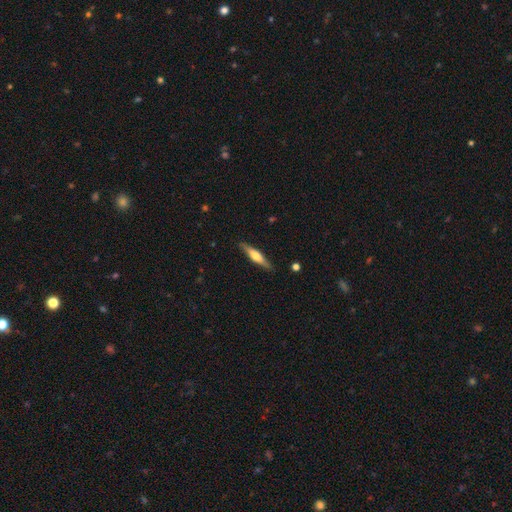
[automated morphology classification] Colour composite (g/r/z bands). It shows a featured or disk galaxy (51%) viewed edge-on (93%). Merging: none (87%).